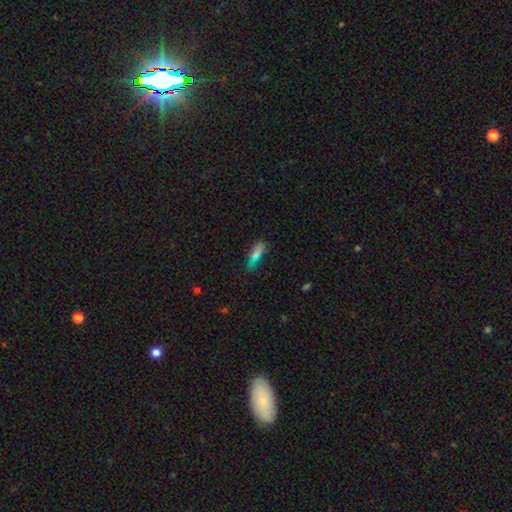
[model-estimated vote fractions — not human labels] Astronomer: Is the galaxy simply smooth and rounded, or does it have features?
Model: smooth — 71%.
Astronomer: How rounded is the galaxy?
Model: in between — 57% (runner-up: cigar-shaped, 39%).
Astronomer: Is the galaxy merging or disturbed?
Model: none — 71%.